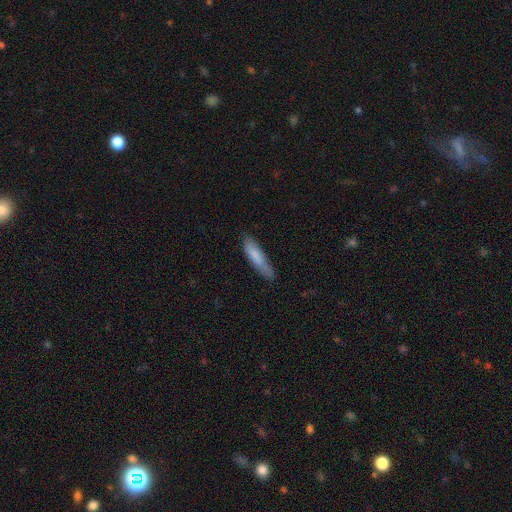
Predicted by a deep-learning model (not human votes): Morphology: type=smooth (79%); roundness=cigar-shaped (77%); merging=none (70%).